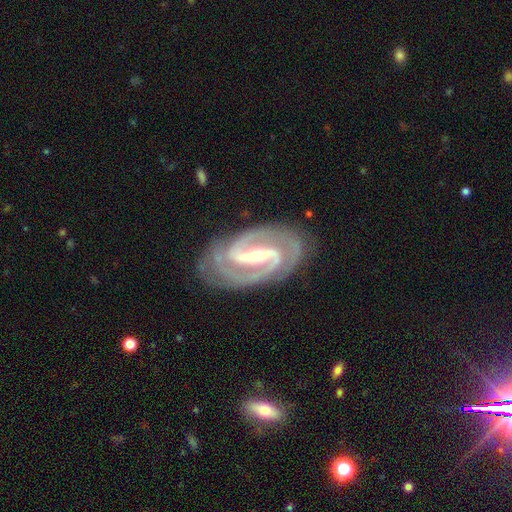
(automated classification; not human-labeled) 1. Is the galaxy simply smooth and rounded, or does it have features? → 93% featured or disk, 4% star or artifact, 3% smooth.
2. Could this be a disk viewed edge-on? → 97% no, 3% yes.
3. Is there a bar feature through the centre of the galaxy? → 64% strong, 27% weak, 9% no.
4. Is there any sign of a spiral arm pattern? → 98% yes, 2% no.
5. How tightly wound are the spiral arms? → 47% tight, 45% medium, 8% loose.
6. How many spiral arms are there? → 87% 2, 6% 3, 3% can't tell, 2% 4, 1% 1, 1% more than 4.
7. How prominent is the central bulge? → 55% small, 41% moderate, 2% large, 1% none, 1% dominant.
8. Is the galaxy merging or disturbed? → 81% none, 13% minor disturbance, 4% major disturbance, 1% merger.